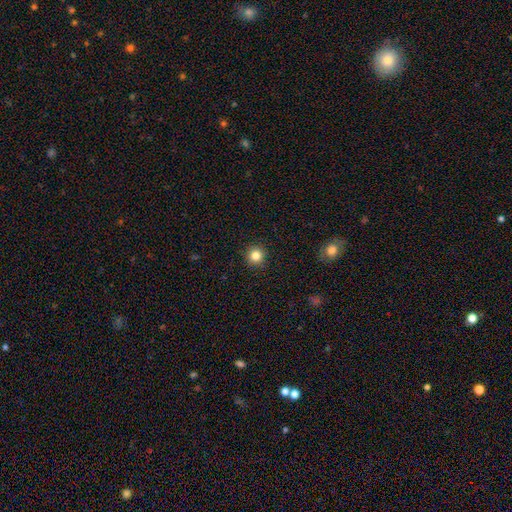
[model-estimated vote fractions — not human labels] This is clearly a smooth galaxy (83%). How rounded: clearly round (95%). Merging: clearly none (93%).